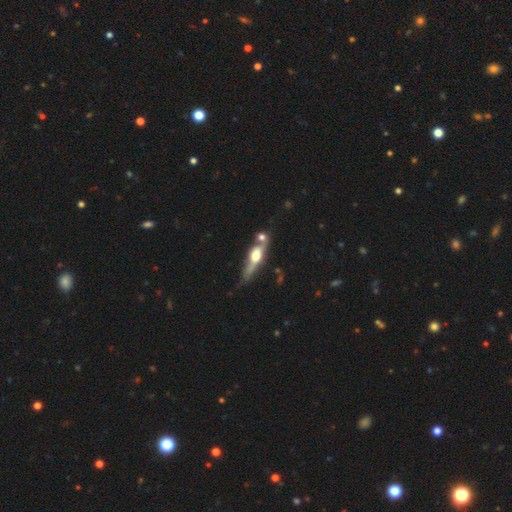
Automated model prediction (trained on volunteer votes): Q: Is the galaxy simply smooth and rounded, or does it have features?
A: featured or disk — 64%.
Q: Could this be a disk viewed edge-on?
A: yes — 85%.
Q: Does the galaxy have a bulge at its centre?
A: rounded — 91%.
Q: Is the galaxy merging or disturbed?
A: none — 45%.